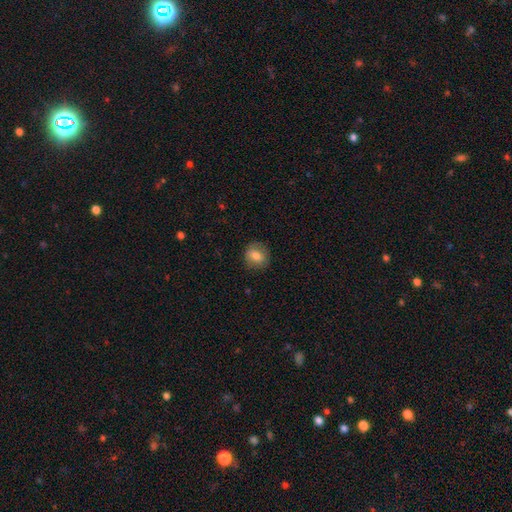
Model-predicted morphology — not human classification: smooth 76%, featured or disk 16%, star or artifact 8%. Down the decision tree: how rounded — round (70%); merging — none (81%).